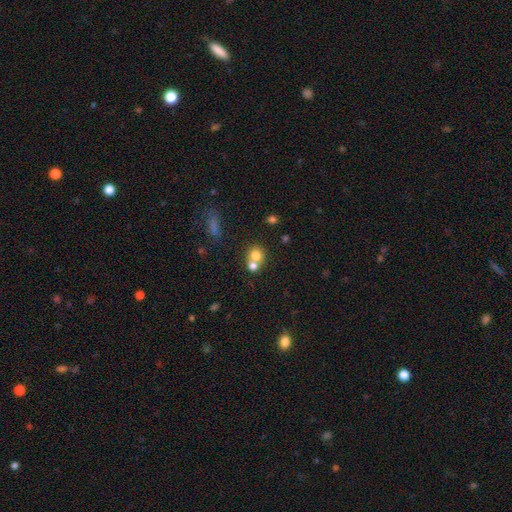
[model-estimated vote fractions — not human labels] This appears to be a smooth galaxy with no disk features (74%) that is round (80%). Merging: merger (50%).